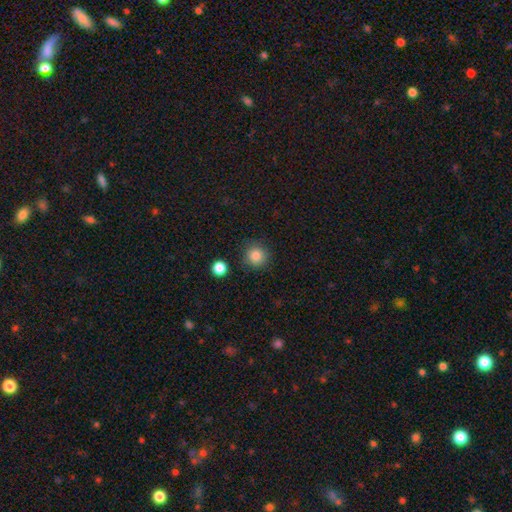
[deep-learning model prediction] smooth-or-featured: smooth: 86% | star or artifact: 10% | featured or disk: 4%
  how-rounded: round: 94% | in between: 5% | cigar-shaped: 1%
  merging: none: 87% | minor disturbance: 8% | major disturbance: 3% | merger: 3%